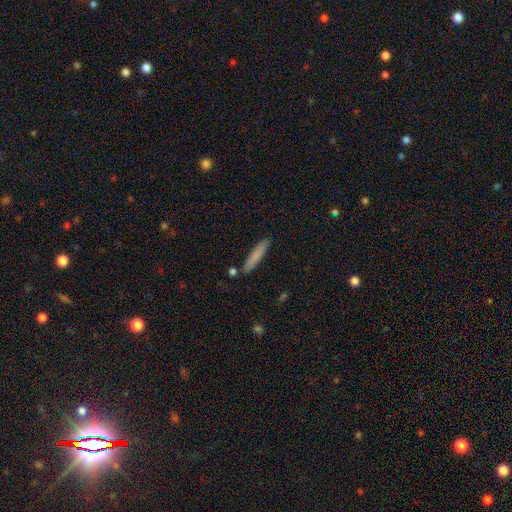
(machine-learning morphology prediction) The model was most divided on "smooth or featured": smooth: 80%, featured or disk: 13%, star or artifact: 6%. More confident: how rounded — cigar-shaped (92%); merging — none (88%).